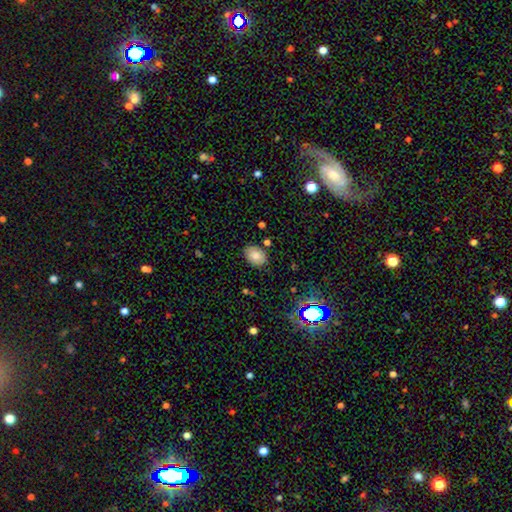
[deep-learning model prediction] This is clearly a smooth galaxy (81%). How rounded: likely in between (70%). Merging: clearly none (83%).